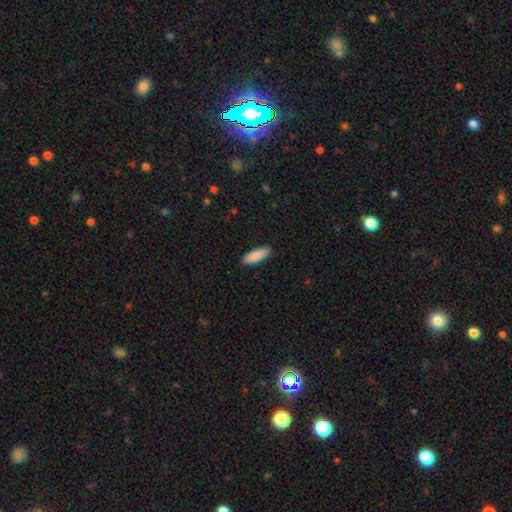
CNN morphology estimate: type=smooth (88%); roundness=in between (59%); merging=none (89%).